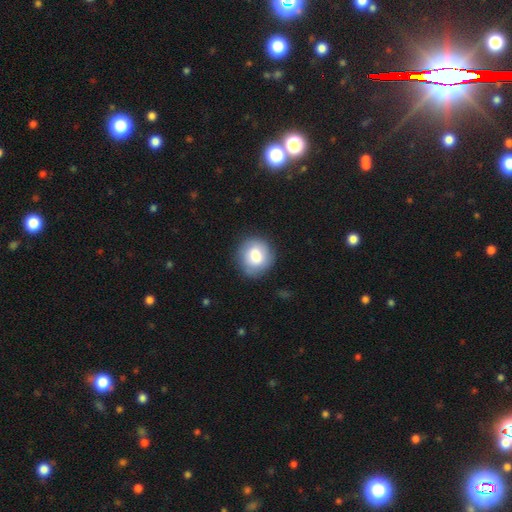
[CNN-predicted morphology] Smooth or featured?
  - smooth: 78% *
  - featured or disk: 14%
  - star or artifact: 8%
How rounded?
  - round: 86% *
  - in between: 13%
  - cigar-shaped: 1%
Merging?
  - none: 83% *
  - minor disturbance: 12%
  - major disturbance: 3%
  - merger: 1%